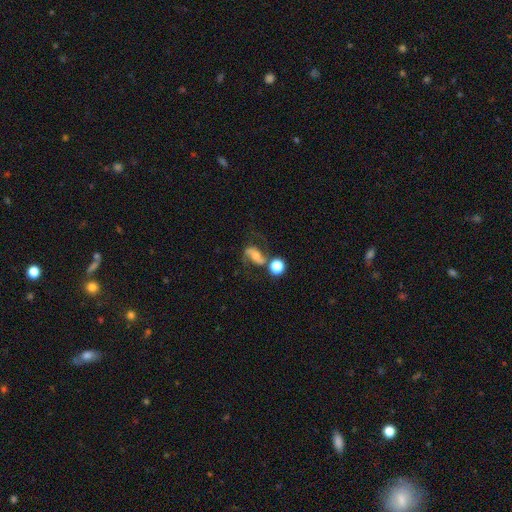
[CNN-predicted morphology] This is likely a featured or disk galaxy (67%). It is clearly not viewed edge-on (95%). Bar: marginally no (38%). Spiral arm pattern: clearly yes (89%). Spiral arm count: clearly 2 (88%). Spiral winding: possibly loose (57%). Central bulge: possibly moderate (54%). Merging: possibly none (51%).